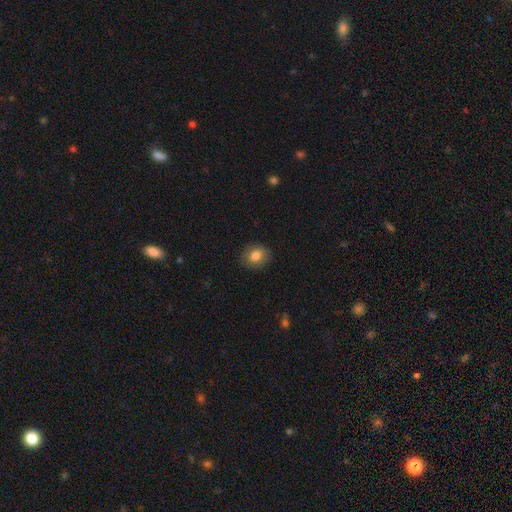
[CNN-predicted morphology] Overall: smooth (80%). How rounded: in between (54%; round 45%). Merging: none (85%).